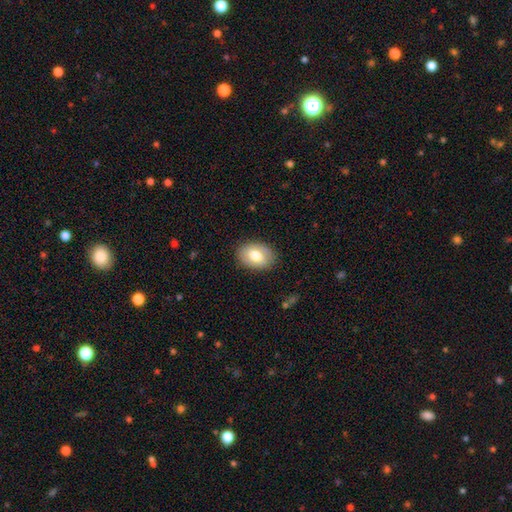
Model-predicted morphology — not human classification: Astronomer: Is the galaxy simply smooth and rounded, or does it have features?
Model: smooth — 72%.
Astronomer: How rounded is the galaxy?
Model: in between — 82%.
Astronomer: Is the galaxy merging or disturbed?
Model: none — 85%.